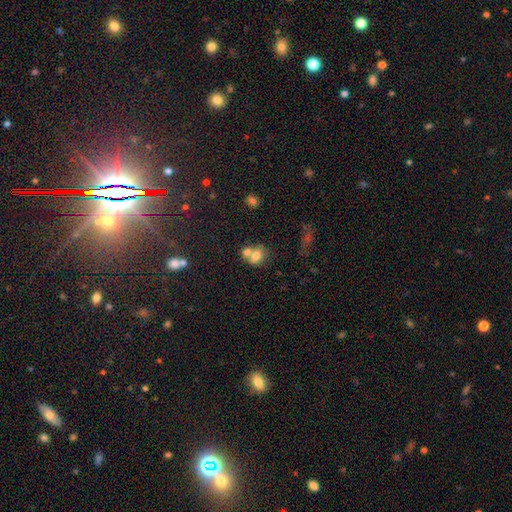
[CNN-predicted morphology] Overall: smooth (72%). How rounded: in between (59%; round 39%). Merging: merger (58%; none 29%).